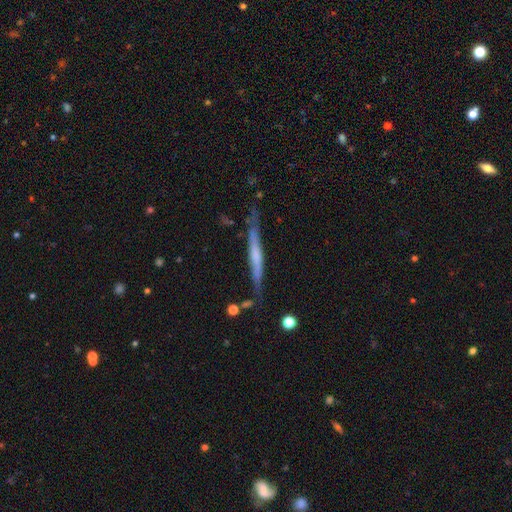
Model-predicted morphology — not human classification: Smooth or featured? Predicted: featured or disk (p=0.57). Edge-on disk? Predicted: yes (p=0.95). Edge-on bulge? Predicted: none (p=0.62). Merging? Predicted: none (p=0.75).